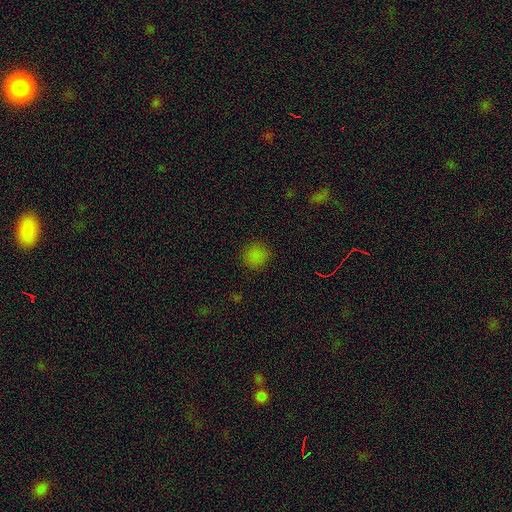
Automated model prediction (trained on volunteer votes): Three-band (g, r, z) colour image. It shows a smooth galaxy with no disk features (80%) that is round (88%). Merging: none (87%).